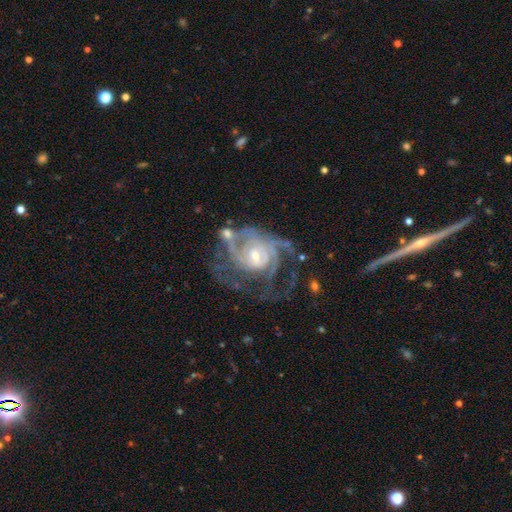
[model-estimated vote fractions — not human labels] smooth_or_featured: featured or disk (p=0.89) [alt: star or artifact p=0.06]
disk_edge_on: no (p=0.98) [alt: yes p=0.02]
bar: no (p=0.51) [alt: weak p=0.40]
has_spiral_arms: yes (p=0.96) [alt: no p=0.04]
spiral_winding: tight (p=0.55) [alt: medium p=0.36]
spiral_arm_count: can't tell (p=0.28) [alt: 3 p=0.26]
bulge_size: small (p=0.51) [alt: moderate p=0.42]
merging: none (p=0.49) [alt: major disturbance p=0.25]